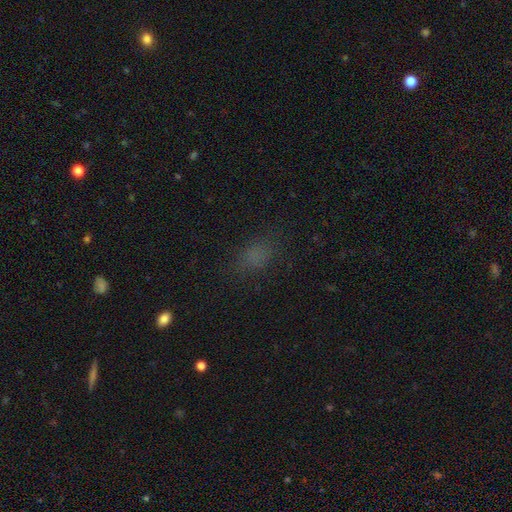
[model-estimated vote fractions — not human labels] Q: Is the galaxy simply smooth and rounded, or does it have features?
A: smooth — 69%.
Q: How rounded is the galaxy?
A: in between — 70%.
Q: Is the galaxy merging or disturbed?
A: none — 74%.